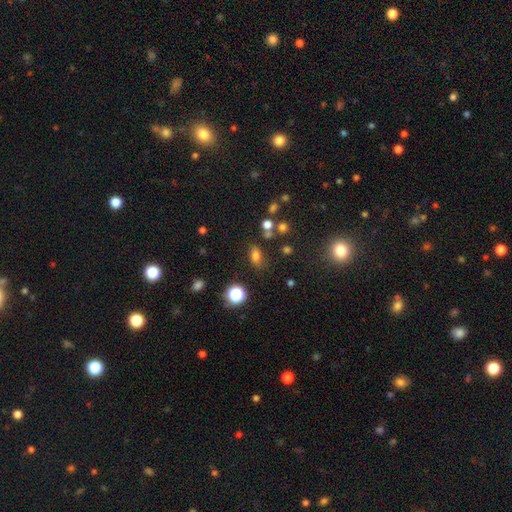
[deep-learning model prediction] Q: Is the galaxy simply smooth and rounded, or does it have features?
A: smooth — 74%.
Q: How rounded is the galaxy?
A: in between — 79%.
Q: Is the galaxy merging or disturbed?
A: none — 74%.